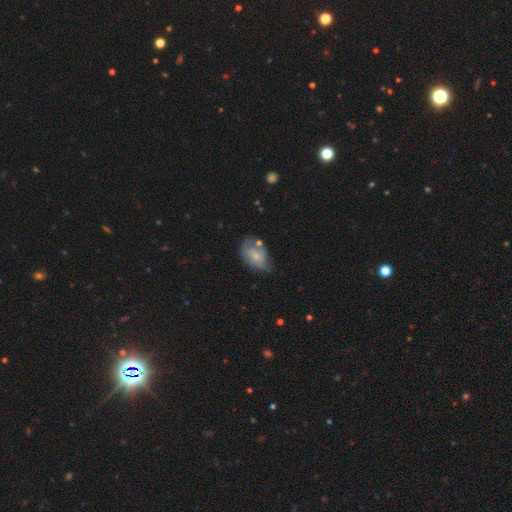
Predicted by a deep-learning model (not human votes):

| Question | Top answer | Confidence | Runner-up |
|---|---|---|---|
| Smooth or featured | smooth | 56% | featured or disk (37%) |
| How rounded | in between | 84% | round (14%) |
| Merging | none | 39% | minor disturbance (35%) |